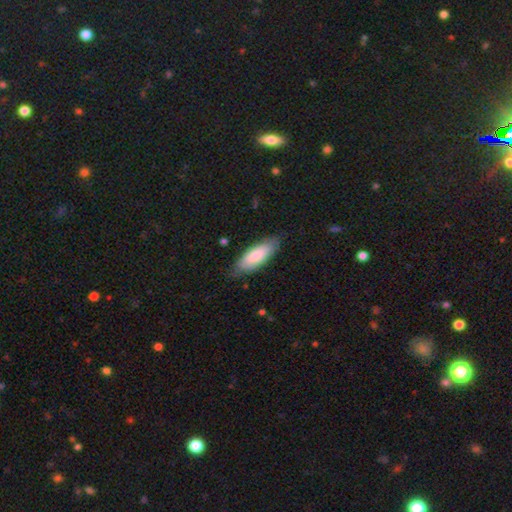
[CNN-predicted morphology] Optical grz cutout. It shows a smooth galaxy with no disk features (81%) that is in between round and cigar-shaped (70%). Merging: none (78%).